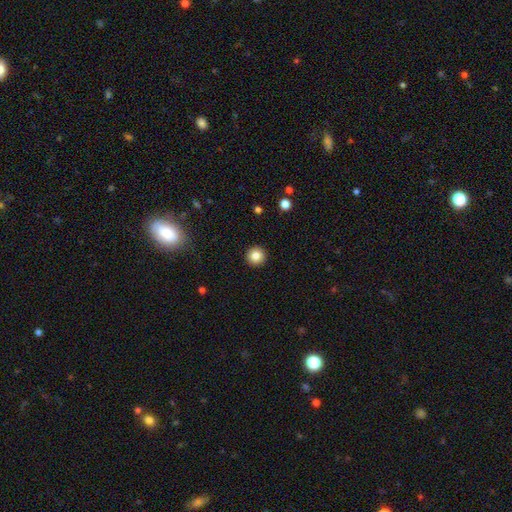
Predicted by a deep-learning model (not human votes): smooth_or_featured: smooth (p=0.84) [alt: star or artifact p=0.10]
how_rounded: round (p=0.96) [alt: in between p=0.03]
merging: none (p=0.93) [alt: minor disturbance p=0.04]